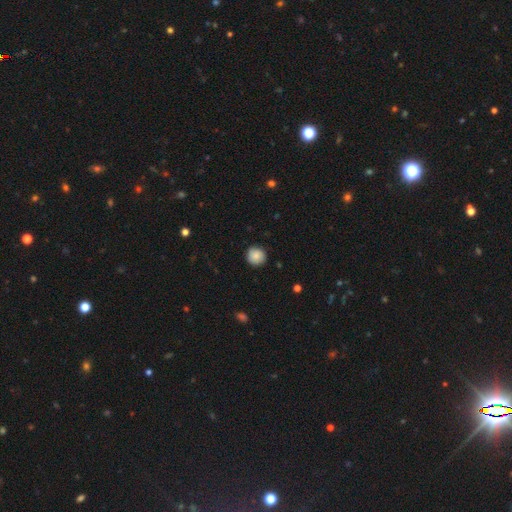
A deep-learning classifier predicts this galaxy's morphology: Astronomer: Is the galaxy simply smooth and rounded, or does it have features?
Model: smooth — 85%.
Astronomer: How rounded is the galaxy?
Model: round — 92%.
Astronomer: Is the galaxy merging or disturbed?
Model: none — 88%.